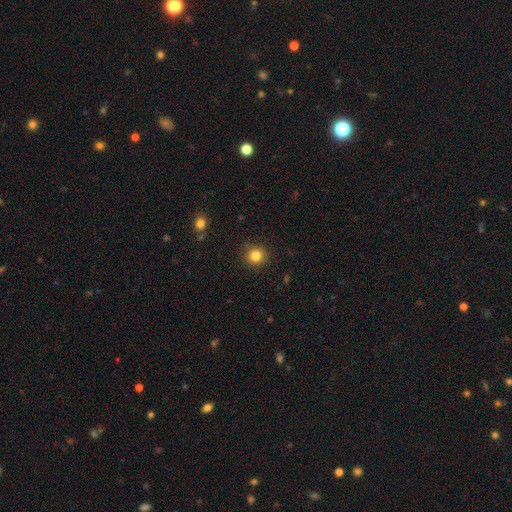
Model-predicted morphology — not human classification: smooth_or_featured: smooth (p=0.83) [alt: star or artifact p=0.12]
how_rounded: round (p=0.93) [alt: in between p=0.06]
merging: none (p=0.90) [alt: minor disturbance p=0.07]